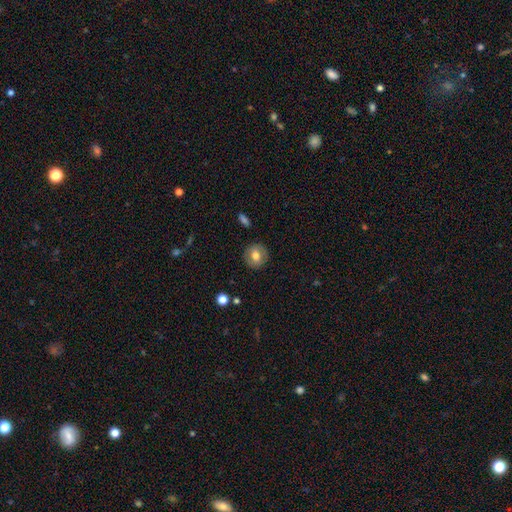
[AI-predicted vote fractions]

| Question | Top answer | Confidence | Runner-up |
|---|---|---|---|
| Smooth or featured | smooth | 68% | featured or disk (24%) |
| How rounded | round | 85% | in between (14%) |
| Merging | none | 88% | minor disturbance (8%) |